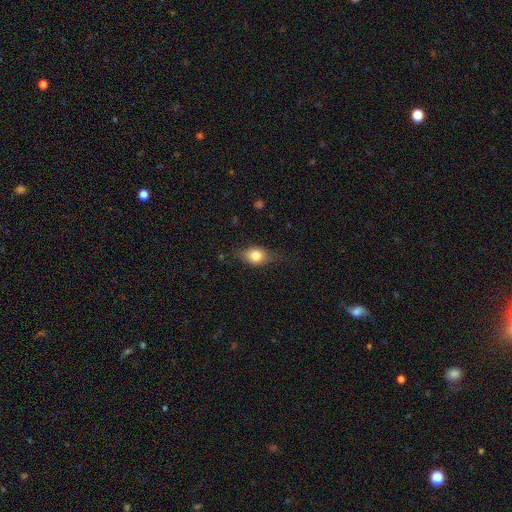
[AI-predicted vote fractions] Smooth or featured? smooth (74%)
How rounded? in between (66%)
Merging? none (72%)